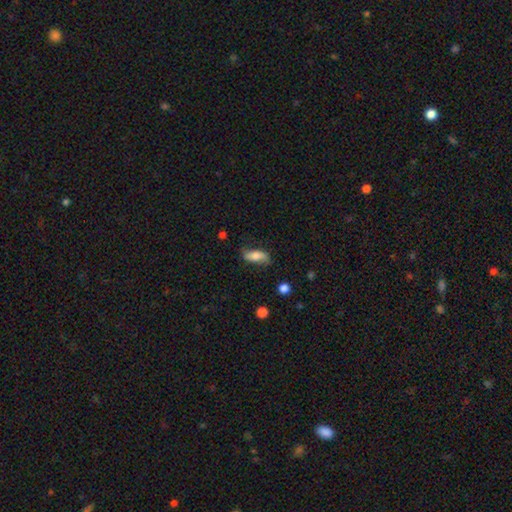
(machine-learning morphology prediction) Smooth or featured?
  - smooth: 63% *
  - featured or disk: 30%
  - star or artifact: 7%
How rounded?
  - in between: 80% *
  - cigar-shaped: 16%
  - round: 4%
Merging?
  - none: 66% *
  - minor disturbance: 24%
  - major disturbance: 8%
  - merger: 2%